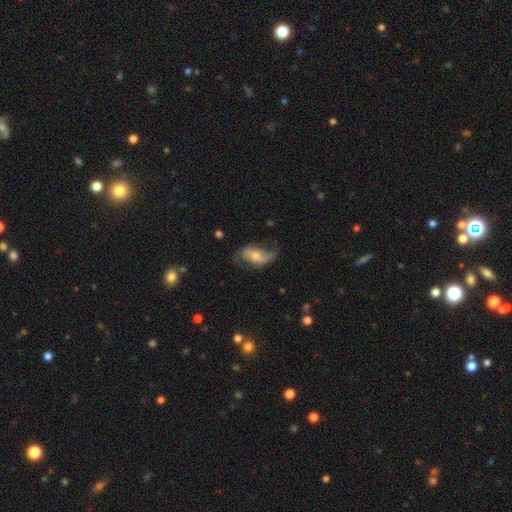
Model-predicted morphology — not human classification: smooth-or-featured: featured or disk: 76% | smooth: 17% | star or artifact: 7%
  disk-edge-on: no: 95% | yes: 5%
    bar: no: 51% | weak: 35% | strong: 14%
    has-spiral-arms: yes: 93% | no: 7%
      spiral-winding: loose: 71% | medium: 23% | tight: 7%
      spiral-arm-count: 2: 86% | 1: 8% | can't tell: 4% | 3: 1% | 4: 1% | more than 4: 1%
    bulge-size: moderate: 51% | small: 40% | large: 5% | none: 3% | dominant: 1%
  merging: none: 63% | minor disturbance: 21% | major disturbance: 14% | merger: 2%